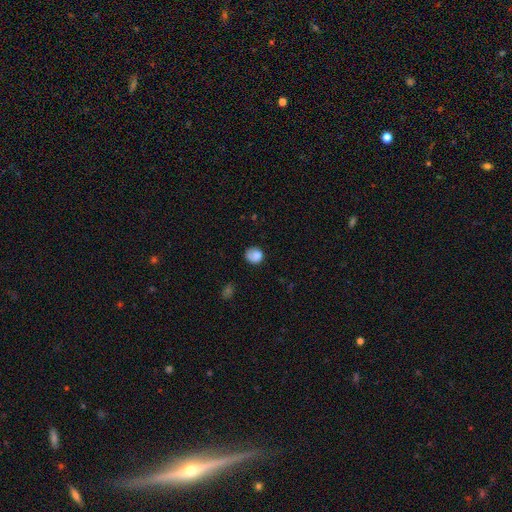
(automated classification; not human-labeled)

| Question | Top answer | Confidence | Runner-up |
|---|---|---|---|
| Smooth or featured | smooth | 82% | featured or disk (10%) |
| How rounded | round | 77% | in between (22%) |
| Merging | none | 61% | minor disturbance (25%) |